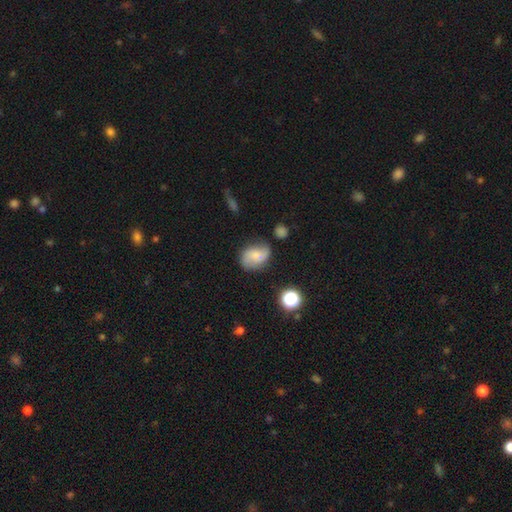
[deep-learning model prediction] A smooth galaxy with no disk features (51%) that is in between round and cigar-shaped (69%).

Vote fractions:
- Smooth or featured? smooth: 51% / featured or disk: 39% / star or artifact: 11%
- How rounded? in between: 69% / round: 29% / cigar-shaped: 2%
- Merging? none: 59% / minor disturbance: 26% / major disturbance: 9% / merger: 5%